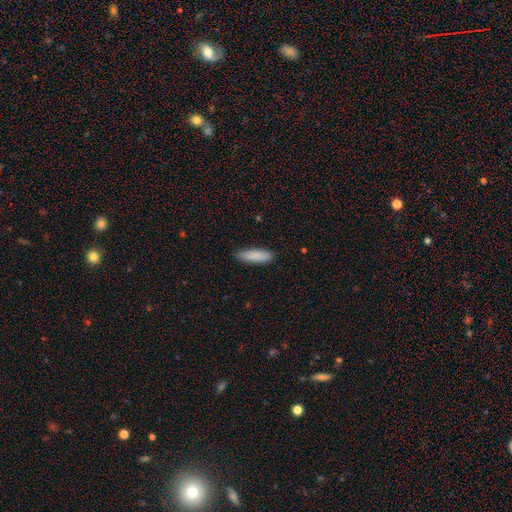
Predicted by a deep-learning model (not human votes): smooth 88%, star or artifact 6%, featured or disk 6%. Down the decision tree: how rounded — cigar-shaped (58%); merging — none (87%).